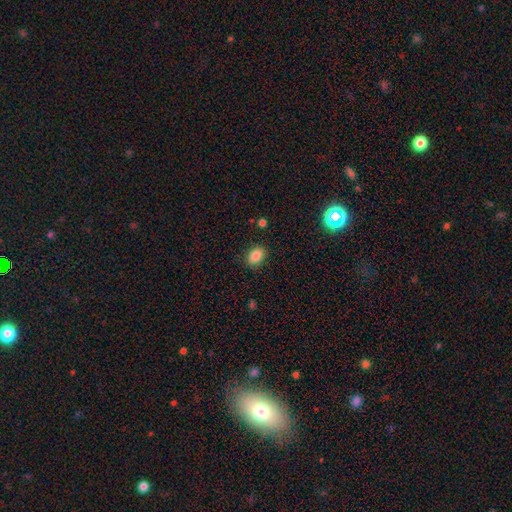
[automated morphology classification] Smooth or featured? smooth (86%)
How rounded? in between (72%)
Merging? none (86%)